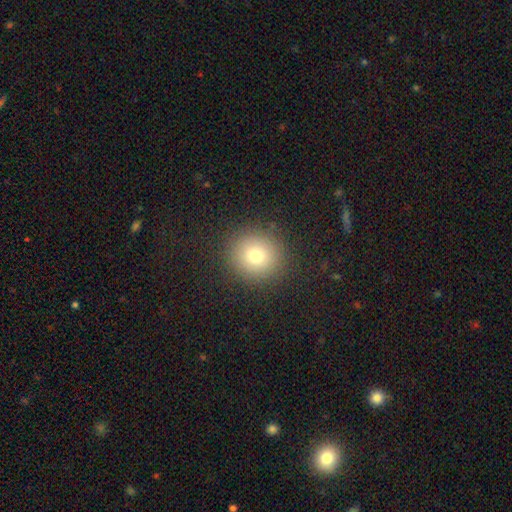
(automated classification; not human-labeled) This appears to be a smooth galaxy with no disk features (76%) that is round (90%). Merging: none (90%).